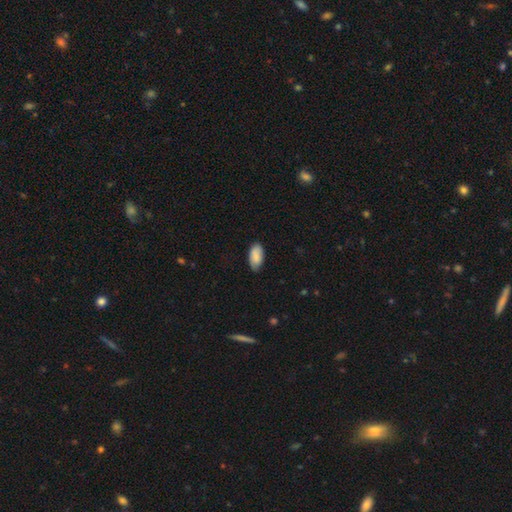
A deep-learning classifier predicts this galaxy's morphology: smooth-or-featured: smooth: 87% | featured or disk: 7% | star or artifact: 6%
  how-rounded: in between: 93% | cigar-shaped: 4% | round: 2%
  merging: none: 79% | minor disturbance: 17% | major disturbance: 3% | merger: 1%